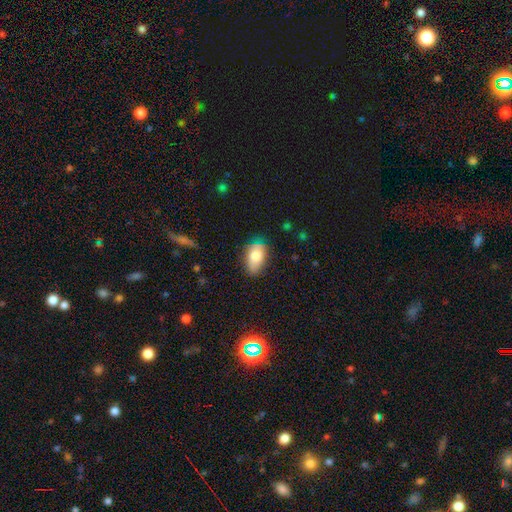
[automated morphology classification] A smooth galaxy with no disk features (74%) that is in between round and cigar-shaped (88%). Merging: none (68%).